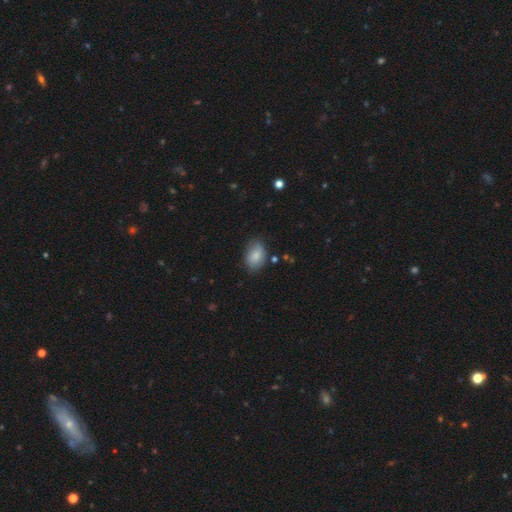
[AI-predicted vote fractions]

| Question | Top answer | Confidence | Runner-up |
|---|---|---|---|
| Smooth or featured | smooth | 81% | featured or disk (12%) |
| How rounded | in between | 86% | round (13%) |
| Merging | none | 71% | minor disturbance (23%) |